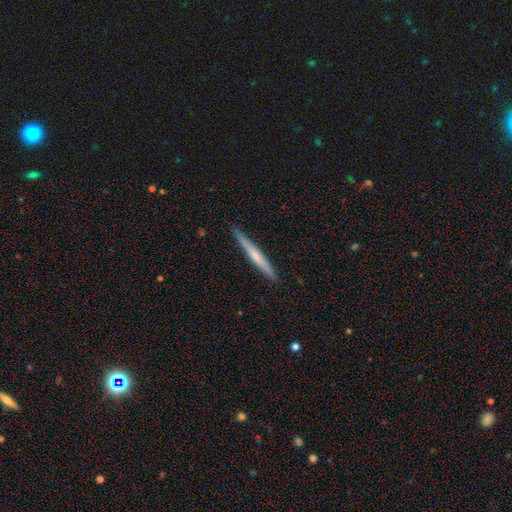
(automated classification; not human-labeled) smooth-or-featured: featured or disk: 50% | smooth: 45% | star or artifact: 5%
  merging: none: 90% | minor disturbance: 8% | major disturbance: 1% | merger: 1%